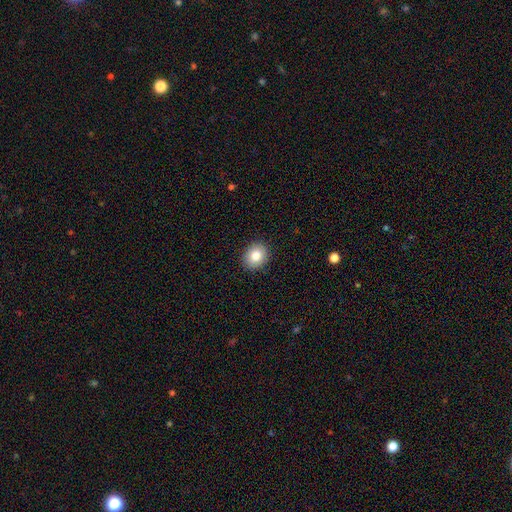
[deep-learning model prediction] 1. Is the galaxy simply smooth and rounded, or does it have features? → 84% smooth, 8% star or artifact, 7% featured or disk.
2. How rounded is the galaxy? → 59% round, 40% in between, 1% cigar-shaped.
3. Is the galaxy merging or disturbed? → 90% none, 8% minor disturbance, 2% major disturbance, 1% merger.